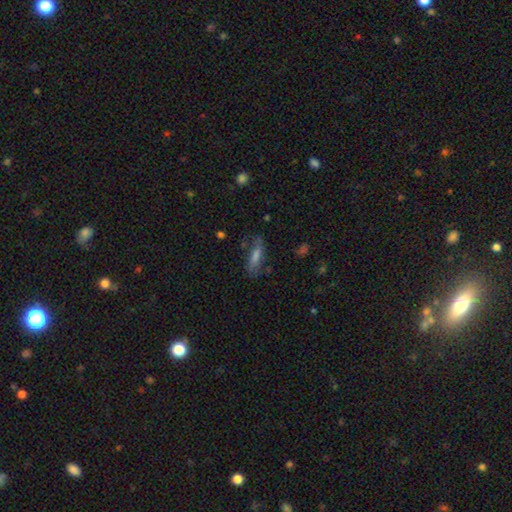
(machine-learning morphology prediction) Smooth or featured: smooth — 57% (featured or disk — 31%)
How rounded: cigar-shaped — 57% (in between — 40%)
Merging: none — 67% (minor disturbance — 21%)